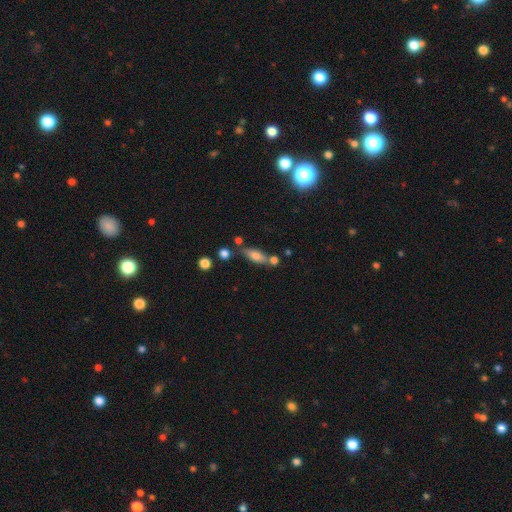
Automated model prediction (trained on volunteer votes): smooth-or-featured: smooth: 69% | featured or disk: 21% | star or artifact: 10%
  how-rounded: in between: 68% | cigar-shaped: 27% | round: 4%
  merging: none: 60% | merger: 21% | minor disturbance: 15% | major disturbance: 5%